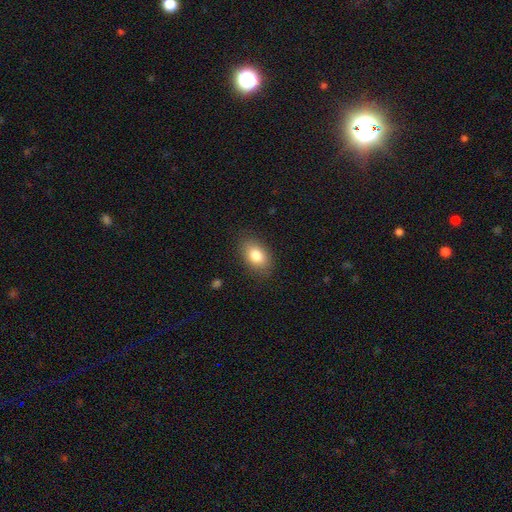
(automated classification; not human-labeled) Smooth or featured: smooth — 82% (featured or disk — 10%)
How rounded: in between — 88% (round — 10%)
Merging: none — 85% (minor disturbance — 11%)